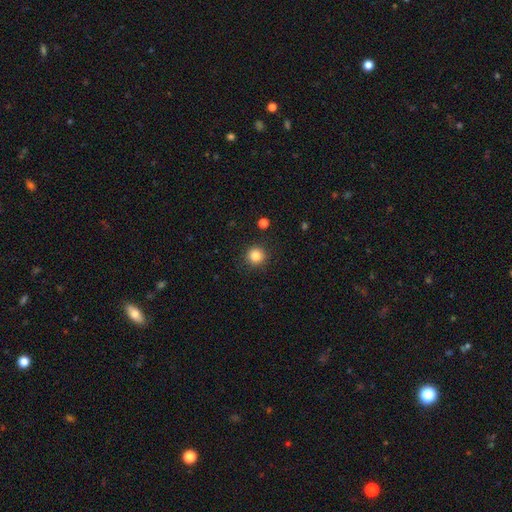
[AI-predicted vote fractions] smooth_or_featured: smooth (p=0.84) [alt: star or artifact p=0.11]
how_rounded: round (p=0.94) [alt: in between p=0.05]
merging: none (p=0.90) [alt: minor disturbance p=0.06]